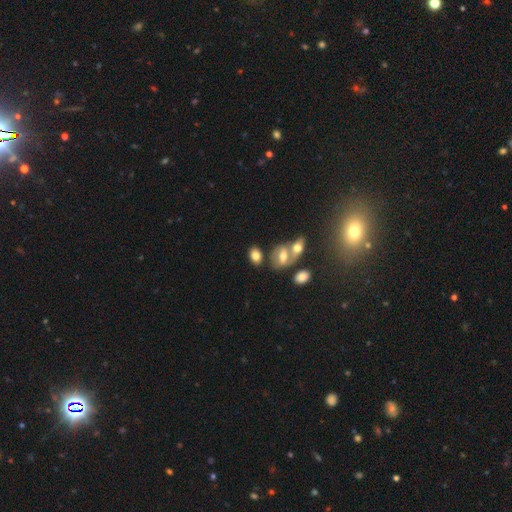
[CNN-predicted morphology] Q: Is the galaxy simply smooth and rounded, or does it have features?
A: smooth — 72%.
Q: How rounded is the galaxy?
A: in between — 82%.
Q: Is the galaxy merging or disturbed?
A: none — 59%.